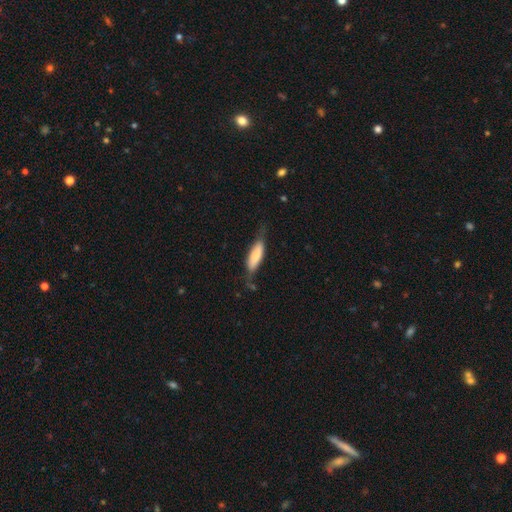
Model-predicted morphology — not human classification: smooth_or_featured: smooth (p=0.72) [alt: featured or disk p=0.23]
how_rounded: in between (p=0.53) [alt: cigar-shaped p=0.45]
merging: none (p=0.57) [alt: minor disturbance p=0.29]